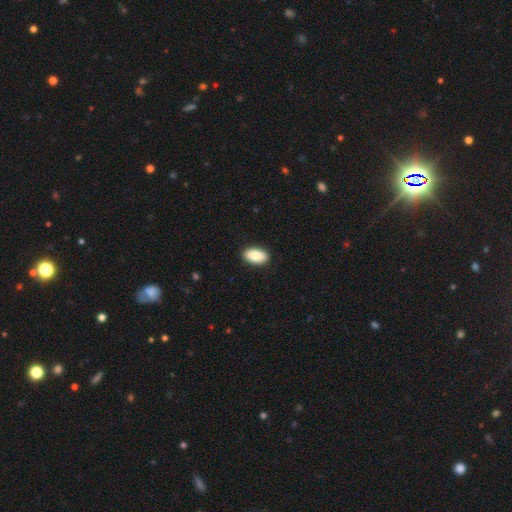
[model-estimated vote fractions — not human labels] Q: Smooth or featured?
A: smooth (86%); runner-up: featured or disk (8%)
Q: How rounded?
A: in between (93%); runner-up: round (4%)
Q: Merging?
A: none (90%); runner-up: minor disturbance (7%)